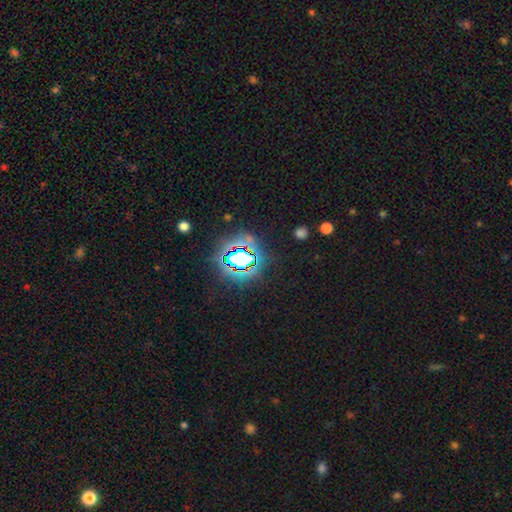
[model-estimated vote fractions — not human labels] A star or artifact, not a galaxy (82%).

Vote fractions:
- Smooth or featured? star or artifact: 82% / smooth: 11% / featured or disk: 7%